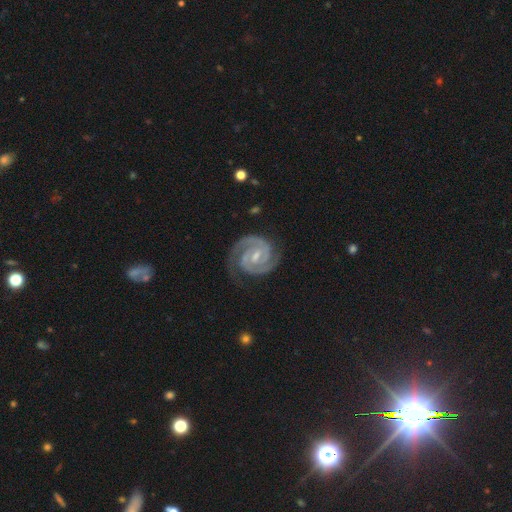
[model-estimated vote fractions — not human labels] smooth_or_featured: featured or disk (p=0.93) [alt: star or artifact p=0.04]
disk_edge_on: no (p=0.98) [alt: yes p=0.02]
bar: weak (p=0.54) [alt: strong p=0.30]
has_spiral_arms: yes (p=0.99) [alt: no p=0.01]
spiral_winding: tight (p=0.70) [alt: medium p=0.27]
spiral_arm_count: 2 (p=0.89) [alt: 3 p=0.05]
bulge_size: small (p=0.52) [alt: moderate p=0.39]
merging: none (p=0.79) [alt: minor disturbance p=0.15]